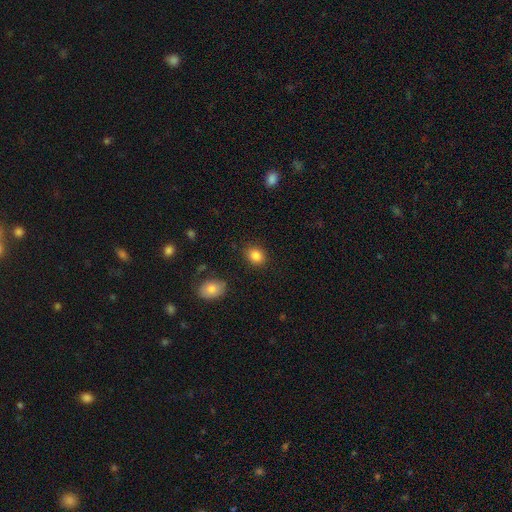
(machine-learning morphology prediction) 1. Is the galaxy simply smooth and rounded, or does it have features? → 85% smooth, 10% star or artifact, 6% featured or disk.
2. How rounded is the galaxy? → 51% in between, 49% round, 1% cigar-shaped.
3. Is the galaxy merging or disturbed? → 86% none, 9% minor disturbance, 3% major disturbance, 2% merger.